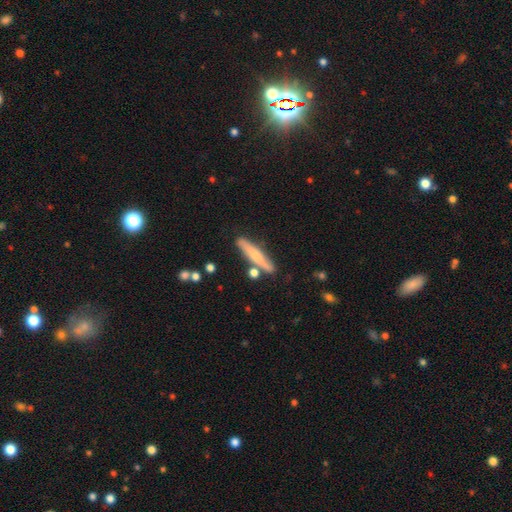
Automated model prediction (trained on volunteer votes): Overall: smooth (53%; featured or disk 40%). How rounded: cigar-shaped (89%). Merging: none (79%).